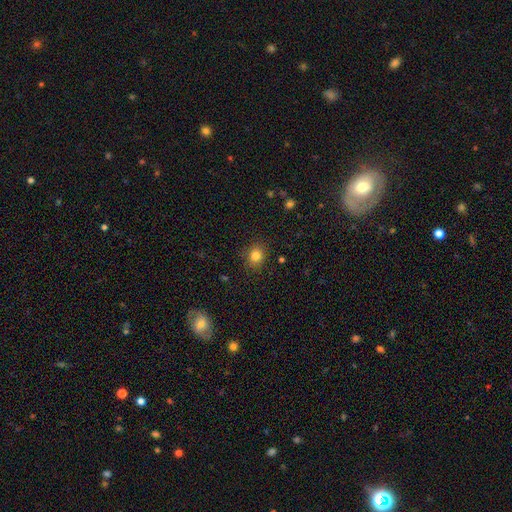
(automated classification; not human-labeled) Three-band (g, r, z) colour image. It shows a smooth galaxy with no disk features (82%) that is round (71%). Merging: none (87%).